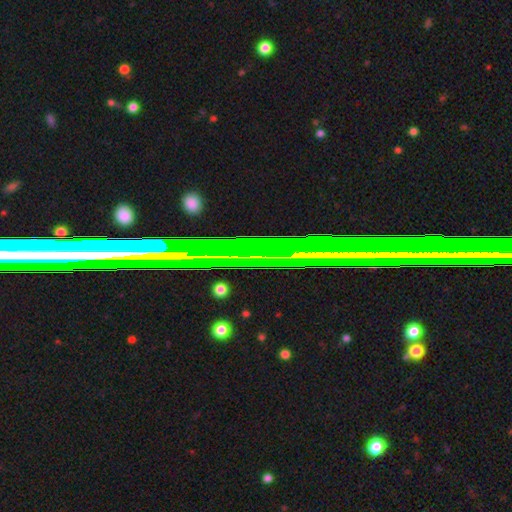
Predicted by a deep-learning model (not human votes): A star or artifact, not a galaxy (59%).

Vote fractions:
- Smooth or featured? star or artifact: 59% / featured or disk: 28% / smooth: 13%